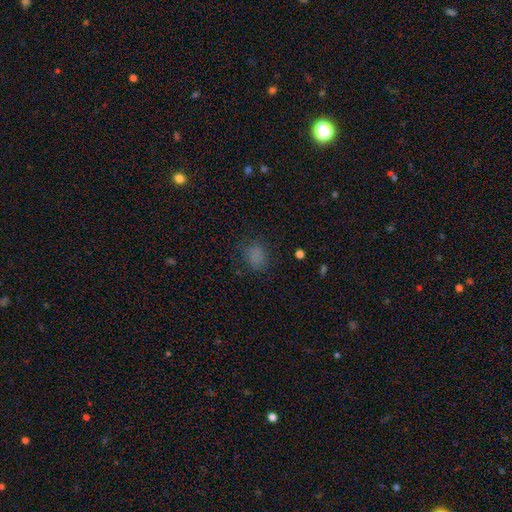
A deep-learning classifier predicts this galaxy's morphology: The model was most divided on "how rounded": round: 51%, in between: 48%, cigar-shaped: 1%. More confident: smooth or featured — smooth (78%); merging — none (75%).